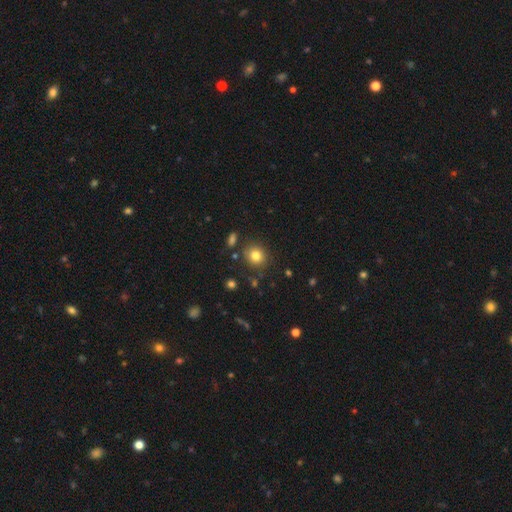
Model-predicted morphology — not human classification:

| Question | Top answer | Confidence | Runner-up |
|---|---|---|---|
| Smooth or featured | smooth | 80% | star or artifact (12%) |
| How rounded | round | 81% | in between (18%) |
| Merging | none | 84% | minor disturbance (9%) |